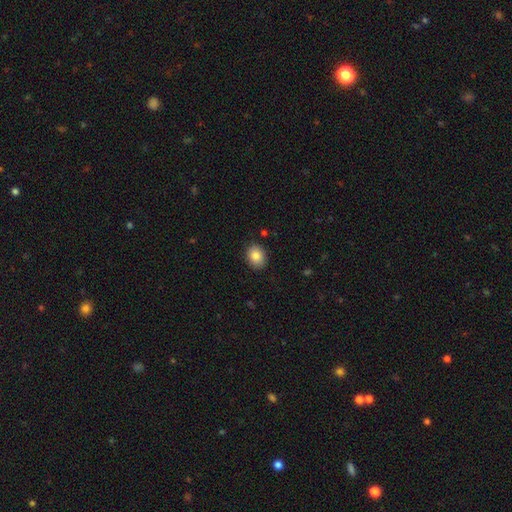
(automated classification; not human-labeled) Overall: smooth (84%). How rounded: in between (52%; round 47%). Merging: none (89%).